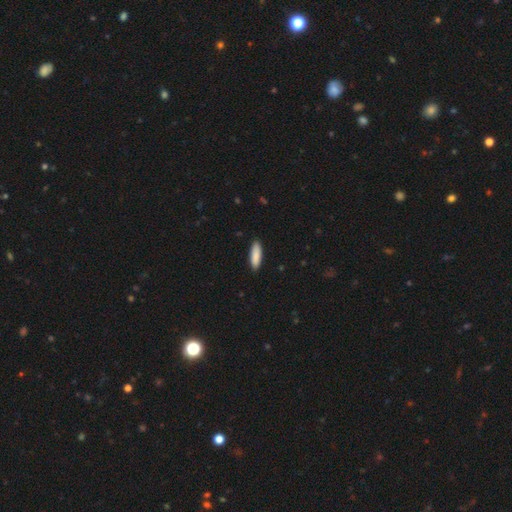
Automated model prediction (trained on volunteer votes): smooth 89%, star or artifact 5%, featured or disk 5%. Down the decision tree: how rounded — cigar-shaped (53%); merging — none (90%).